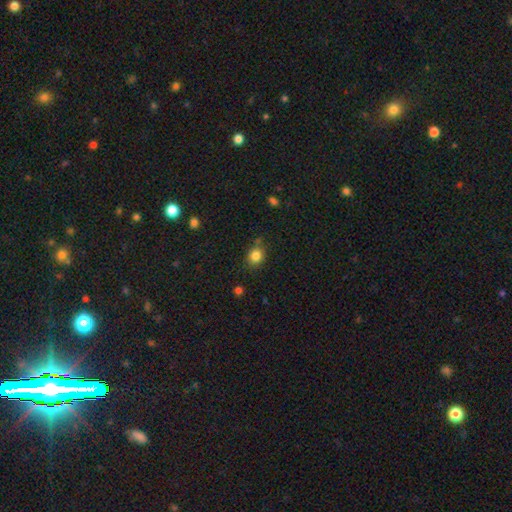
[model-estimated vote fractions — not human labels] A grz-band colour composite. It shows a smooth galaxy with no disk features (83%) that is round (64%). Merging: none (78%).